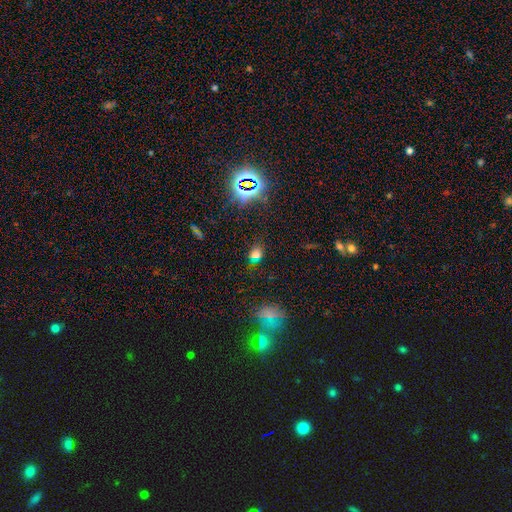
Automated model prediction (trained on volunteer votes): smooth-or-featured: smooth: 58% | star or artifact: 33% | featured or disk: 9%
  how-rounded: in between: 68% | round: 29% | cigar-shaped: 3%
  merging: none: 74% | minor disturbance: 15% | major disturbance: 5% | merger: 5%